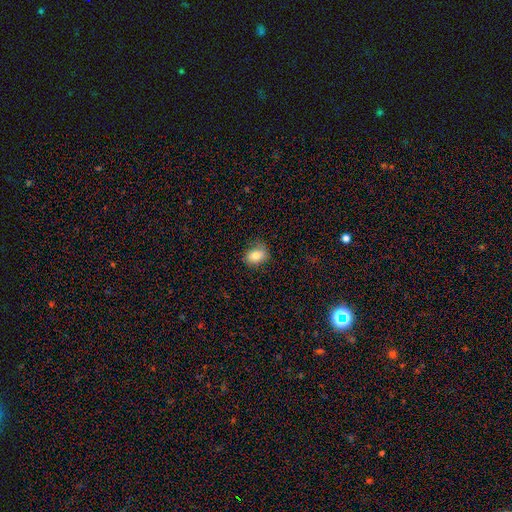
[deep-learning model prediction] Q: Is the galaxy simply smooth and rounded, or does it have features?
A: smooth — 80%.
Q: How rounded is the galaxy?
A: in between — 67%.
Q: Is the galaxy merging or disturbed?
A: none — 74%.